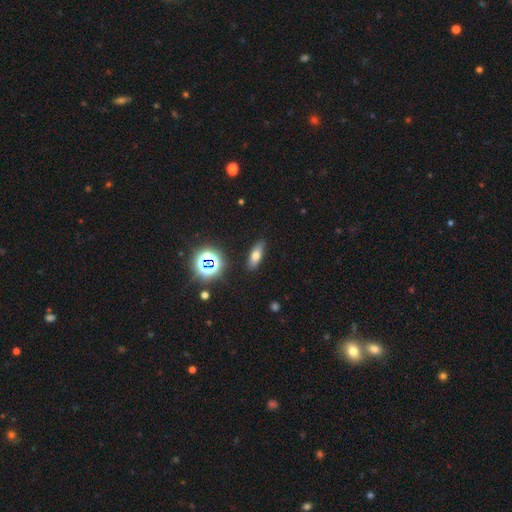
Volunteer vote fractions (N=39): Smooth or featured: smooth — 67% (featured or disk — 23%)
How rounded: in between — 58% (cigar-shaped — 38%)
Merging: none — 77% (minor disturbance — 17%)